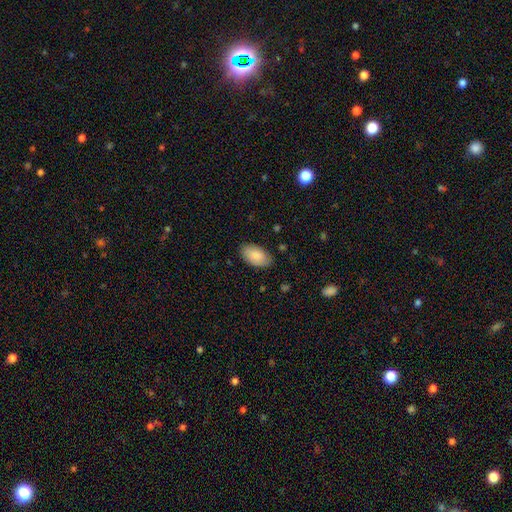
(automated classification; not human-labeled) Smooth or featured: smooth — 87% (featured or disk — 7%)
How rounded: in between — 95% (round — 4%)
Merging: none — 84% (minor disturbance — 12%)